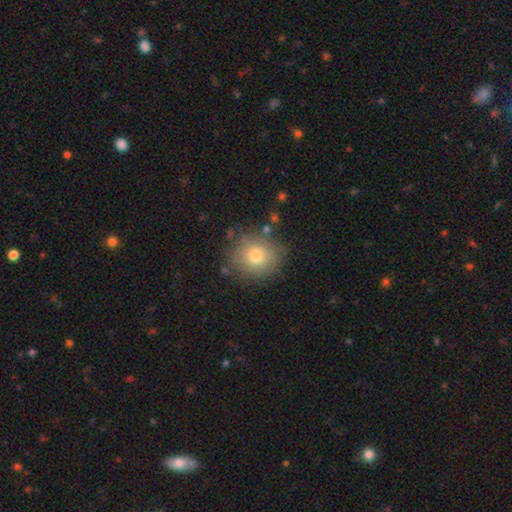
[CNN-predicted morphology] This appears to be a smooth galaxy with no disk features (77%) that is round (80%). Merging: none (81%).